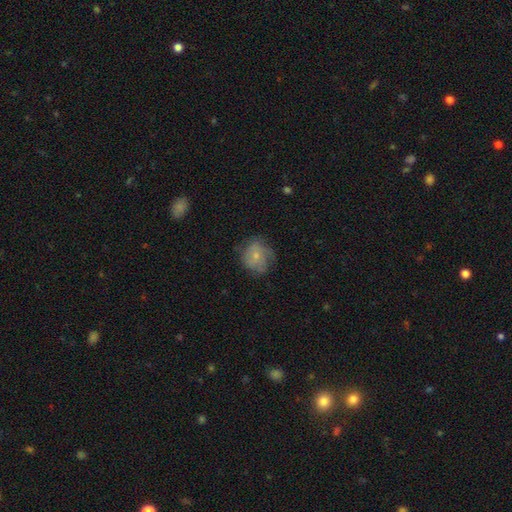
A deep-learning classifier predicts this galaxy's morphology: smooth 55%, featured or disk 36%, star or artifact 9%. Down the decision tree: how rounded — round (81%); merging — none (62%).